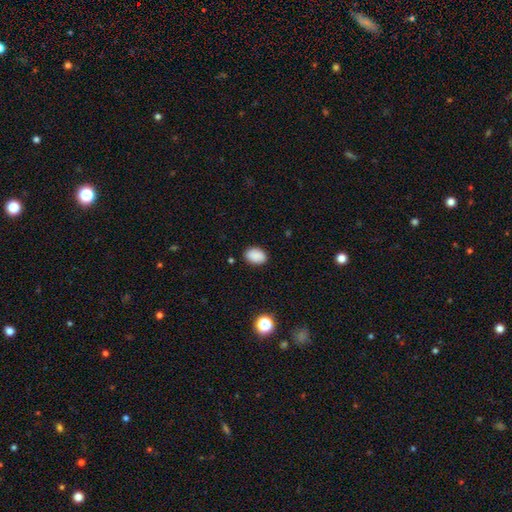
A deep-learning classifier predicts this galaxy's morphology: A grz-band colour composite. It shows a smooth galaxy with no disk features (88%) that is in between round and cigar-shaped (78%). Merging: none (86%).